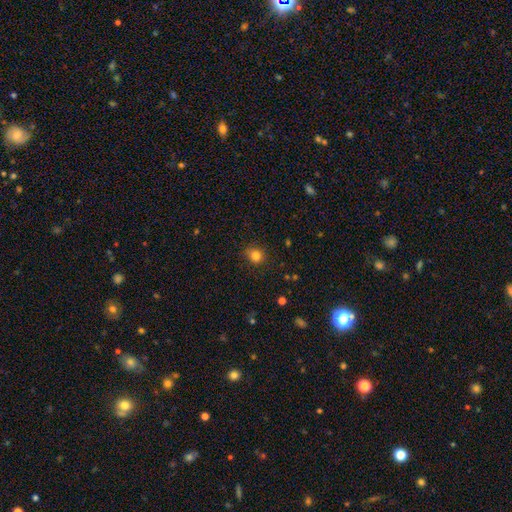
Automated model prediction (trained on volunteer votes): Smooth or featured: smooth — 83% (star or artifact — 12%)
How rounded: round — 81% (in between — 18%)
Merging: none — 83% (minor disturbance — 13%)